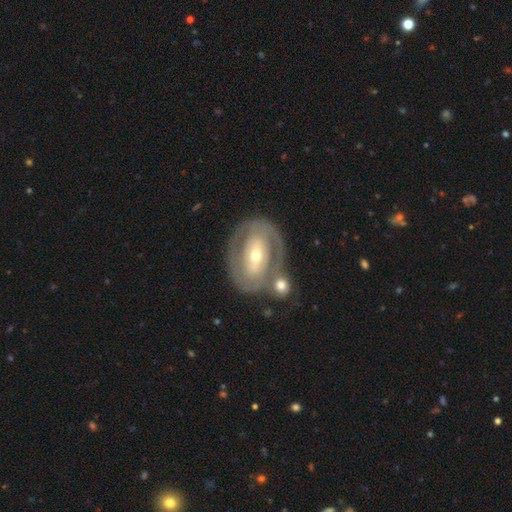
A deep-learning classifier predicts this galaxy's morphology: This is likely a featured or disk galaxy (74%). It is clearly not viewed edge-on (94%). Bar: marginally strong (34%). Spiral arm pattern: possibly yes (53%). Central bulge: possibly moderate (48%). Merging: likely none (62%).